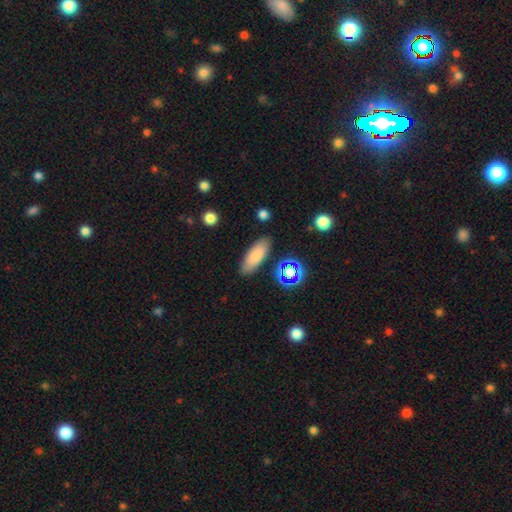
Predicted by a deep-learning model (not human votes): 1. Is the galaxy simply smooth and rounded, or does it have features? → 80% smooth, 12% featured or disk, 9% star or artifact.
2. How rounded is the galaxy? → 71% in between, 27% cigar-shaped, 3% round.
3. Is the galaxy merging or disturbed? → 86% none, 9% minor disturbance, 2% major disturbance, 2% merger.